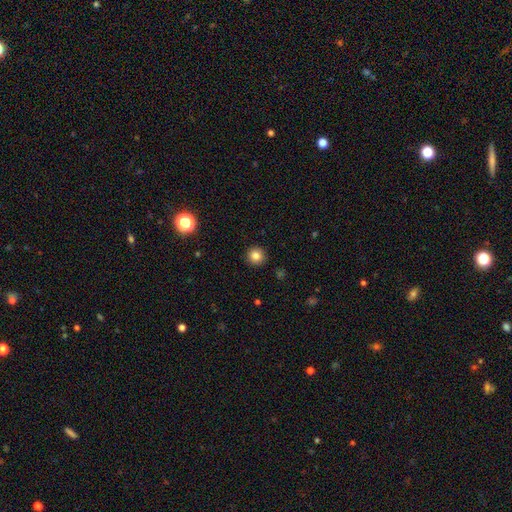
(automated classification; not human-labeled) Morphology: type=smooth (82%); roundness=round (94%); merging=none (92%).